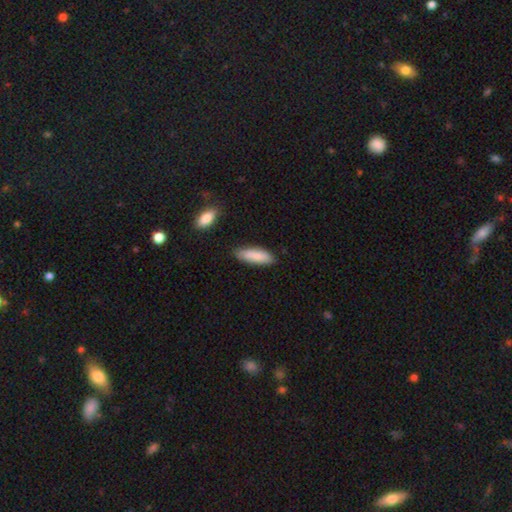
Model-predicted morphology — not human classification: A smooth galaxy with no disk features (84%) that is in between round and cigar-shaped (60%). Merging: none (80%).